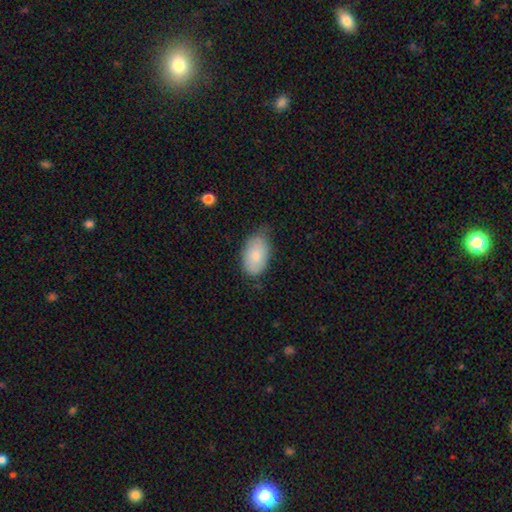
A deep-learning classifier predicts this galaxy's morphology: Q: Smooth or featured?
A: smooth (83%); runner-up: featured or disk (11%)
Q: How rounded?
A: in between (93%); runner-up: round (5%)
Q: Merging?
A: none (64%); runner-up: minor disturbance (30%)